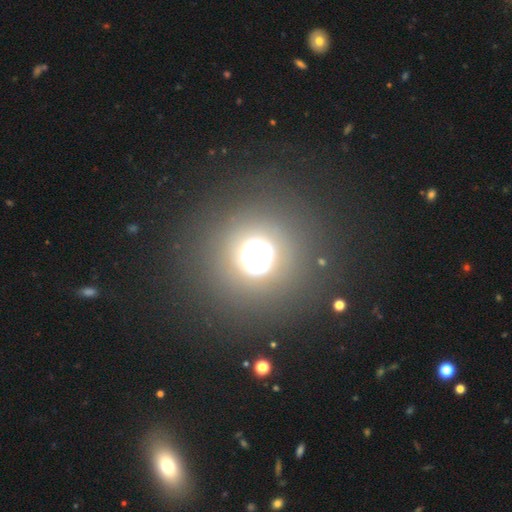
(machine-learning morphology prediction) smooth-or-featured: smooth: 46% | star or artifact: 36% | featured or disk: 18%
  merging: none: 79% | minor disturbance: 10% | major disturbance: 8% | merger: 4%